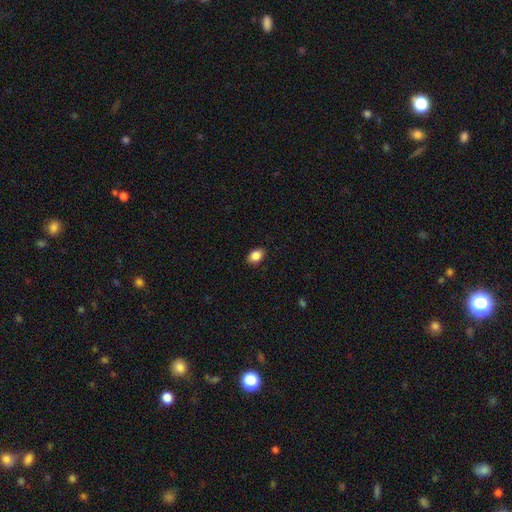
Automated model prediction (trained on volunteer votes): This is clearly a smooth galaxy (87%). How rounded: likely in between (80%). Merging: clearly none (87%).